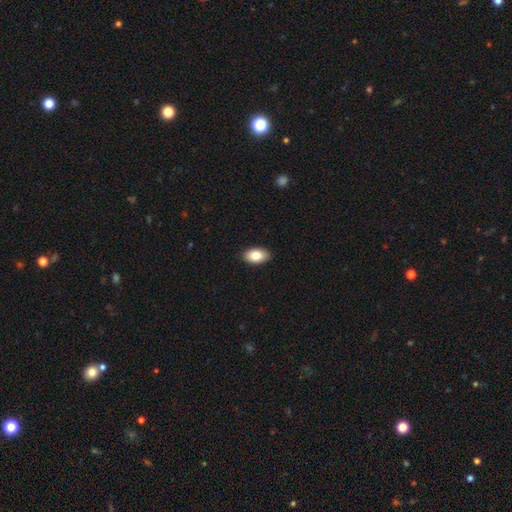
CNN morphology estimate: Smooth or featured?
  - smooth: 82% *
  - featured or disk: 11%
  - star or artifact: 7%
How rounded?
  - in between: 93% *
  - round: 6%
  - cigar-shaped: 2%
Merging?
  - none: 90% *
  - minor disturbance: 8%
  - major disturbance: 2%
  - merger: 1%